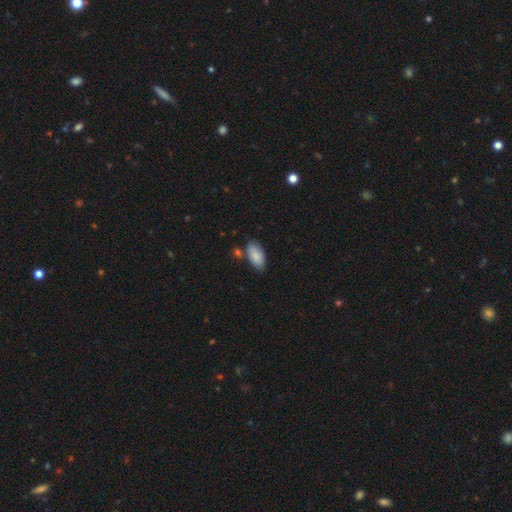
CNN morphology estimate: Smooth or featured? Predicted: smooth (p=0.86). How rounded? Predicted: in between (p=0.93). Merging? Predicted: none (p=0.71).